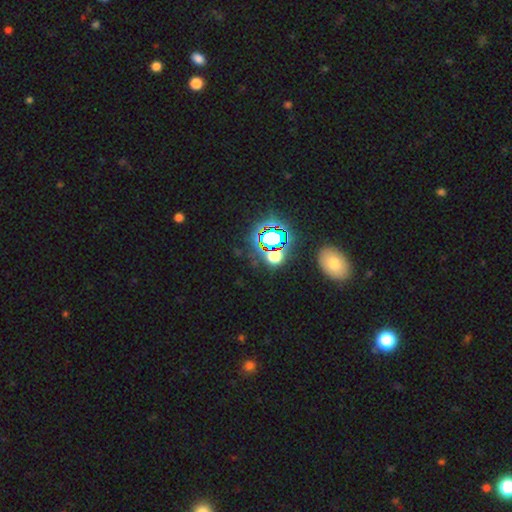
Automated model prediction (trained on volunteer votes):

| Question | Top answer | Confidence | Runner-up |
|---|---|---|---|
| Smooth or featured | star or artifact | 65% | smooth (24%) |